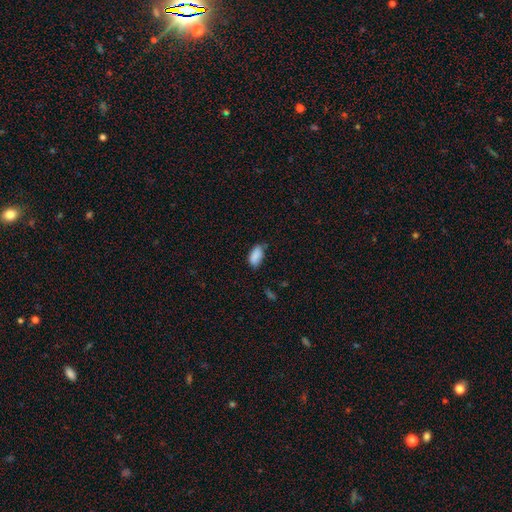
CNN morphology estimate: Smooth or featured?
  - smooth: 87% *
  - star or artifact: 8%
  - featured or disk: 5%
How rounded?
  - in between: 91% *
  - cigar-shaped: 5%
  - round: 3%
Merging?
  - none: 64% *
  - minor disturbance: 28%
  - major disturbance: 5%
  - merger: 2%